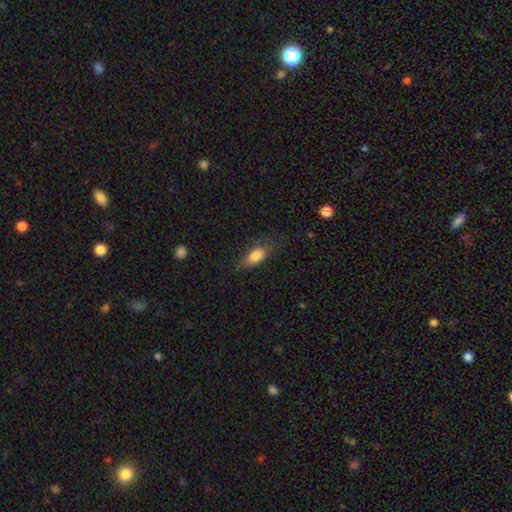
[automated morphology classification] Smooth or featured? Predicted: smooth (p=0.80). How rounded? Predicted: in between (p=0.84). Merging? Predicted: none (p=0.69).